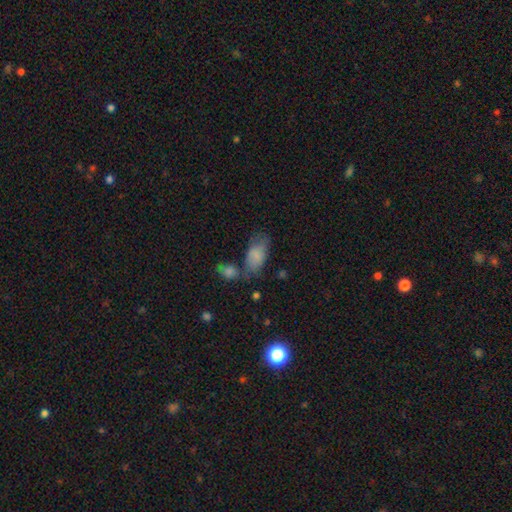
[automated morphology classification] Smooth or featured? smooth (80%)
How rounded? in between (91%)
Merging? none (46%)